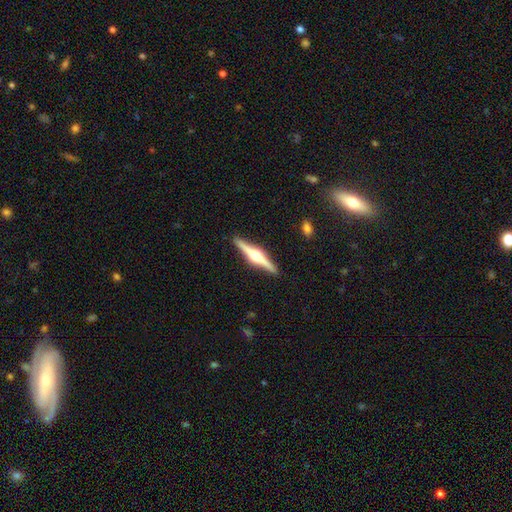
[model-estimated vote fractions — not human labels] This appears to be a featured or disk galaxy (82%) viewed edge-on (98%) with a rounded central bulge (95%). Merging: none (91%).